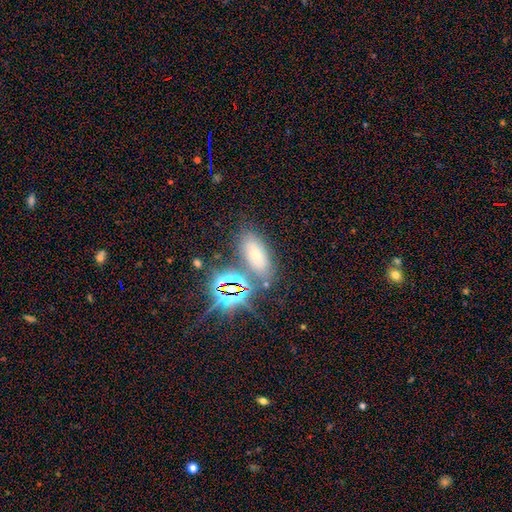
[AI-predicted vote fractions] Smooth or featured?
  - smooth: 44% *
  - star or artifact: 37%
  - featured or disk: 19%
Merging?
  - none: 72% *
  - minor disturbance: 14%
  - merger: 8%
  - major disturbance: 6%